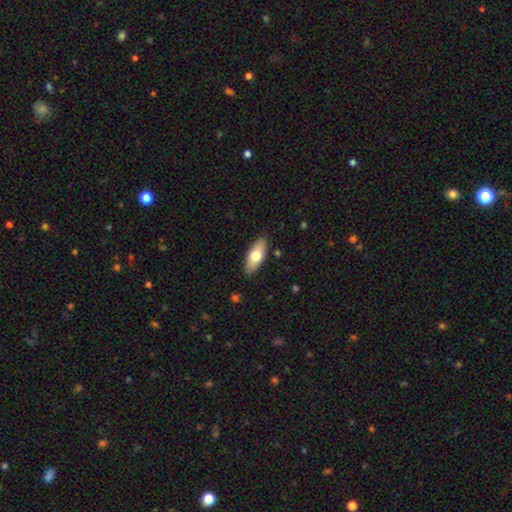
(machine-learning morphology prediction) Smooth or featured?
  - smooth: 69% *
  - featured or disk: 25%
  - star or artifact: 6%
How rounded?
  - in between: 83% *
  - cigar-shaped: 15%
  - round: 2%
Merging?
  - none: 88% *
  - minor disturbance: 9%
  - major disturbance: 2%
  - merger: 1%